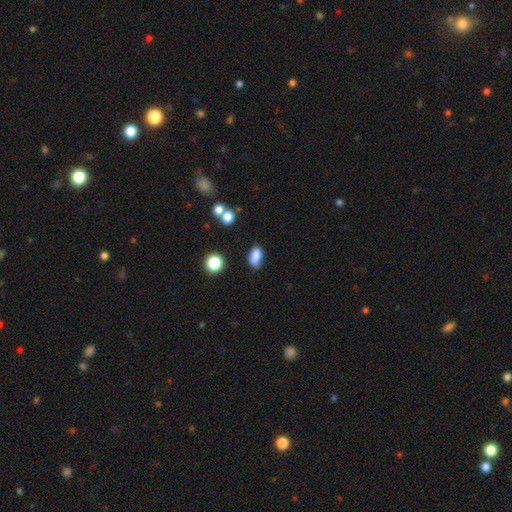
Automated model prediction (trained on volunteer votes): Smooth or featured? Predicted: smooth (p=0.82). How rounded? Predicted: in between (p=0.87). Merging? Predicted: none (p=0.68).